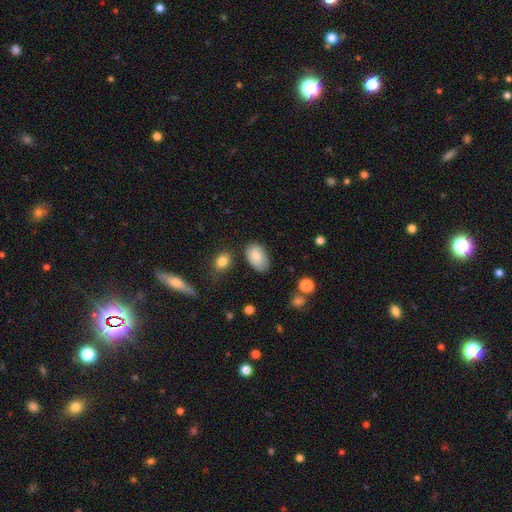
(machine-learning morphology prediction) A smooth galaxy with no disk features (76%) that is in between round and cigar-shaped (90%).

Vote fractions:
- Smooth or featured? smooth: 76% / featured or disk: 16% / star or artifact: 8%
- How rounded? in between: 90% / round: 8% / cigar-shaped: 1%
- Merging? none: 68% / minor disturbance: 23% / major disturbance: 5% / merger: 4%